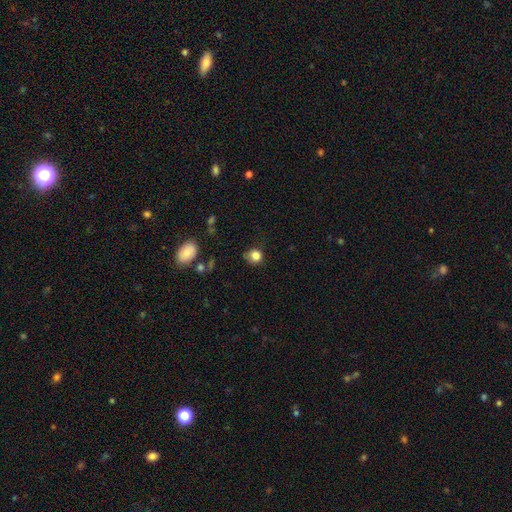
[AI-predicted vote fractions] A smooth galaxy with no disk features (83%) that is round (80%).

Vote fractions:
- Smooth or featured? smooth: 83% / star or artifact: 11% / featured or disk: 6%
- How rounded? round: 80% / in between: 19% / cigar-shaped: 1%
- Merging? none: 67% / minor disturbance: 24% / major disturbance: 7% / merger: 2%